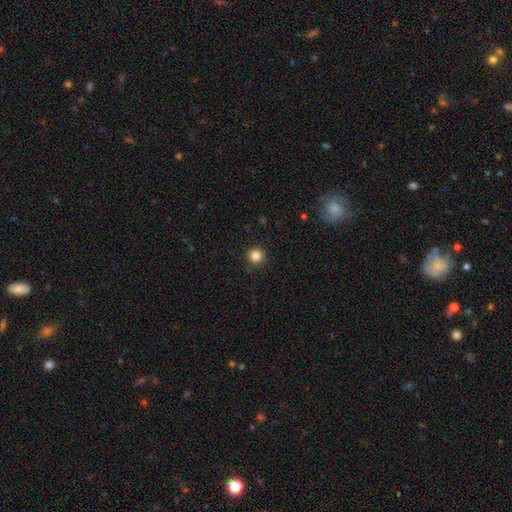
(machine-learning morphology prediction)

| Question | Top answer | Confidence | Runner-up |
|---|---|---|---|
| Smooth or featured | smooth | 85% | star or artifact (11%) |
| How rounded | round | 95% | in between (4%) |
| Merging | none | 91% | minor disturbance (6%) |